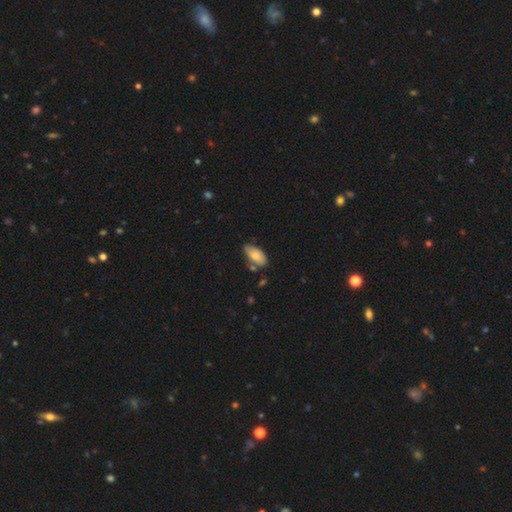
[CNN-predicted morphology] A smooth galaxy with no disk features (76%) that is in between round and cigar-shaped (92%). Merging: none (64%).